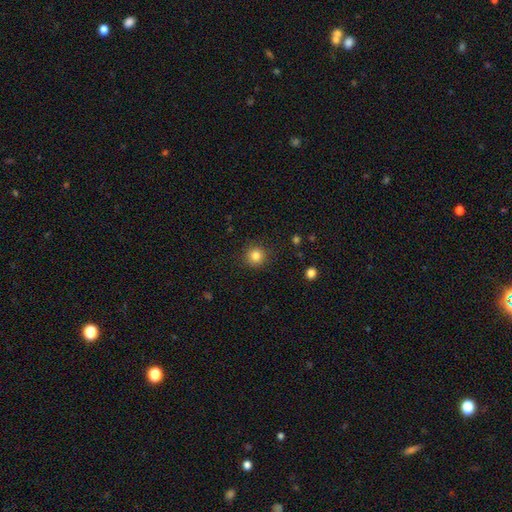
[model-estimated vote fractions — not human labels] Morphology: type=smooth (83%); roundness=round (94%); merging=none (90%).